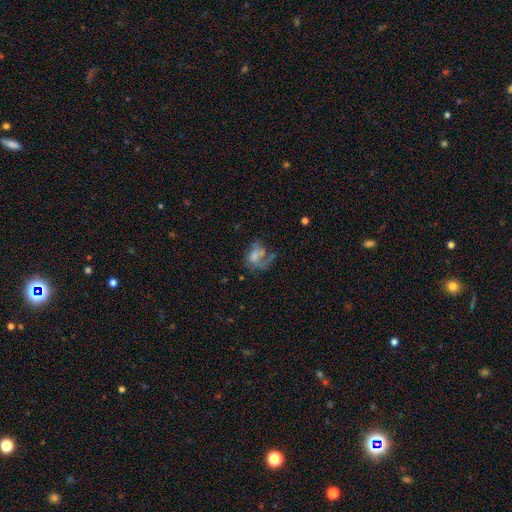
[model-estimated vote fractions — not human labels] Morphology: type=featured or disk (54%); edge-on=no (98%); bar=no (74%); spiral arms=yes (56%); bulge=none (38%); merging=major disturbance (49%).